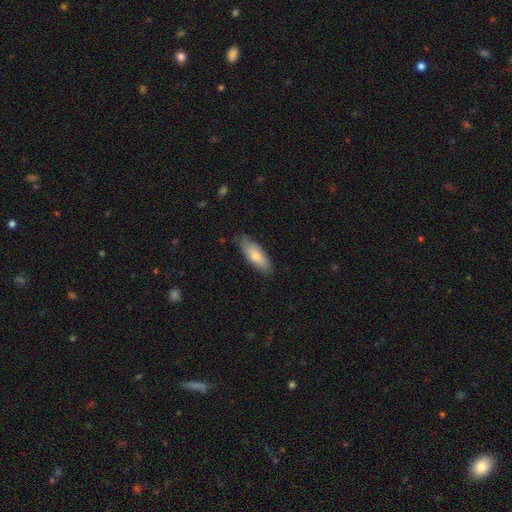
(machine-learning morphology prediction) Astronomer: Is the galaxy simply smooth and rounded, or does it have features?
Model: smooth — 75%.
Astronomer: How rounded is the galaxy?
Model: in between — 72%.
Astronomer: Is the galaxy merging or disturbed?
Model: none — 76%.